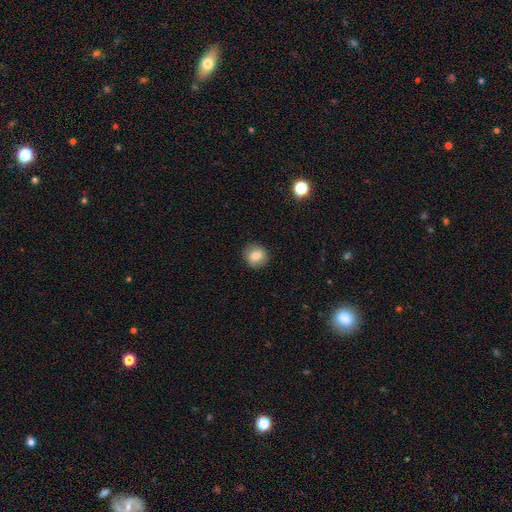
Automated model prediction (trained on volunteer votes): Smooth or featured? Predicted: smooth (p=0.77). How rounded? Predicted: round (p=0.88). Merging? Predicted: none (p=0.88).